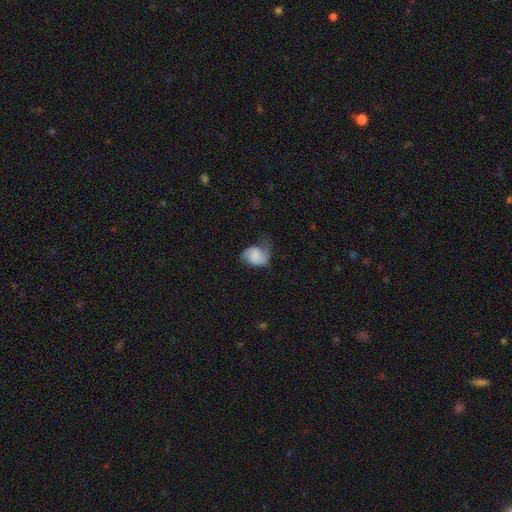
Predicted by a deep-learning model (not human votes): Q: Smooth or featured?
A: smooth (52%); runner-up: featured or disk (40%)
Q: How rounded?
A: in between (61%); runner-up: round (38%)
Q: Merging?
A: major disturbance (33%); tied with: minor disturbance (33%)